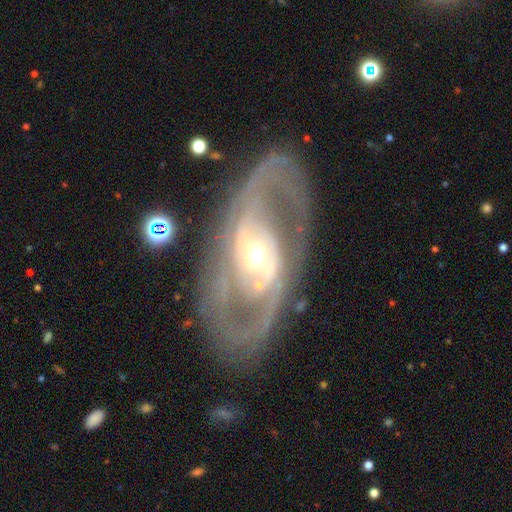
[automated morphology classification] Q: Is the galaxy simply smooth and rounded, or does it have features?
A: featured or disk — 87%.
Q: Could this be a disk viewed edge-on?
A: no — 93%.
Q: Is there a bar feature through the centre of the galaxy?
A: no — 48%.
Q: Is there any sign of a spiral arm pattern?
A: yes — 84%.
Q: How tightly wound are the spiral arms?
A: medium — 44%.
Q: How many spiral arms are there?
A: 2 — 74%.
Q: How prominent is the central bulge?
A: moderate — 63%.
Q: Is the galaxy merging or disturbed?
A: none — 77%.